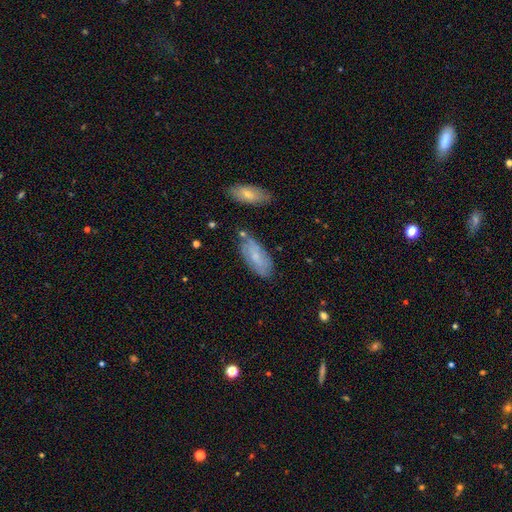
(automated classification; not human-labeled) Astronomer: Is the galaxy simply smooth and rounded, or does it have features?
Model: smooth — 57% (runner-up: featured or disk, 35%).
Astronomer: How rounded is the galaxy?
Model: in between — 87%.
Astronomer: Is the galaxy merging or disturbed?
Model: none — 70%.